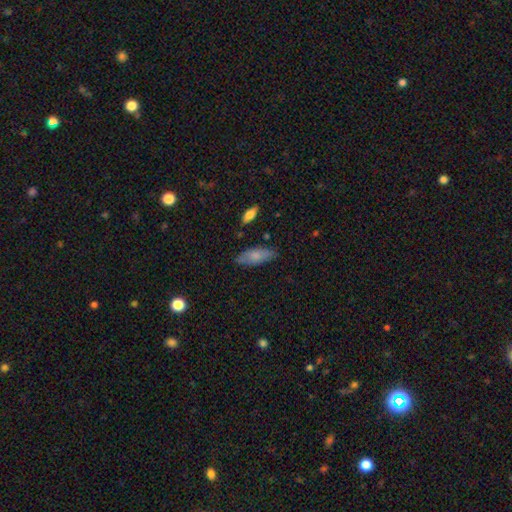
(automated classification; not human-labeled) Smooth or featured: smooth — 70% (featured or disk — 24%)
How rounded: in between — 74% (cigar-shaped — 24%)
Merging: none — 76% (minor disturbance — 19%)